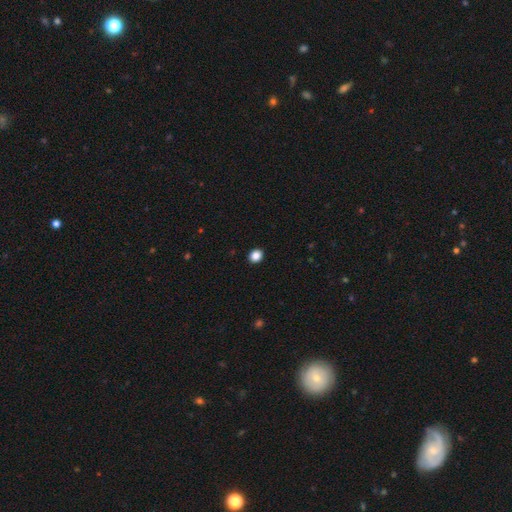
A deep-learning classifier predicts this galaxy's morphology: Smooth or featured? Predicted: smooth (p=0.87). How rounded? Predicted: round (p=0.69). Merging? Predicted: none (p=0.93).